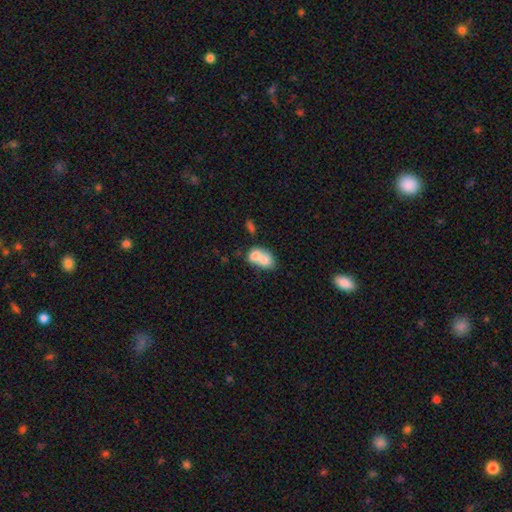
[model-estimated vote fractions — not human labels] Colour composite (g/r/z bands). It shows a smooth galaxy with no disk features (71%) that is in between round and cigar-shaped (73%). Merging: merger (71%).